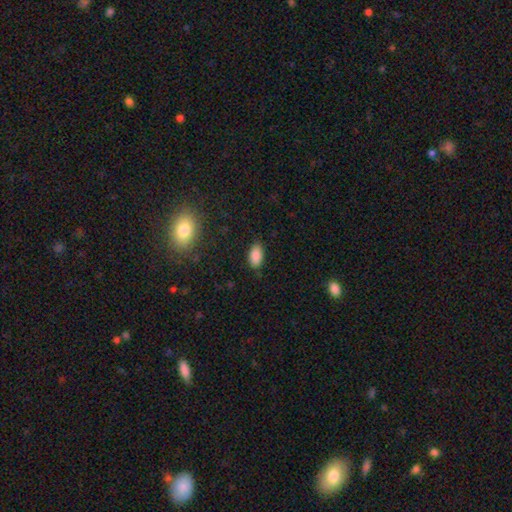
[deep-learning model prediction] The model was most divided on "merging": none: 84%, minor disturbance: 12%, major disturbance: 3%, merger: 1%. More confident: how rounded — in between (93%); smooth or featured — smooth (88%).